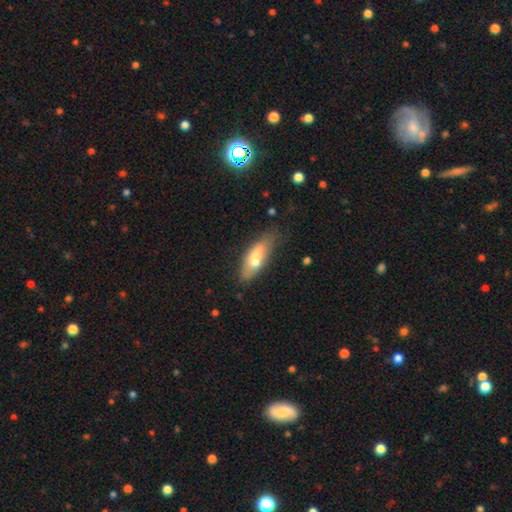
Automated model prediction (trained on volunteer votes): This is possibly a smooth galaxy (59%). How rounded: possibly in between (60%). Merging: possibly none (52%).